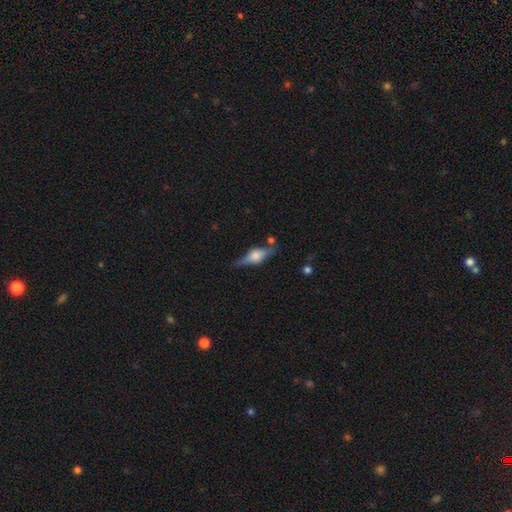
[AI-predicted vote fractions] smooth_or_featured: featured or disk (p=0.68) [alt: smooth p=0.25]
disk_edge_on: yes (p=0.95) [alt: no p=0.05]
edge_on_bulge: rounded (p=0.86) [alt: boxy p=0.12]
merging: none (p=0.78) [alt: minor disturbance p=0.14]